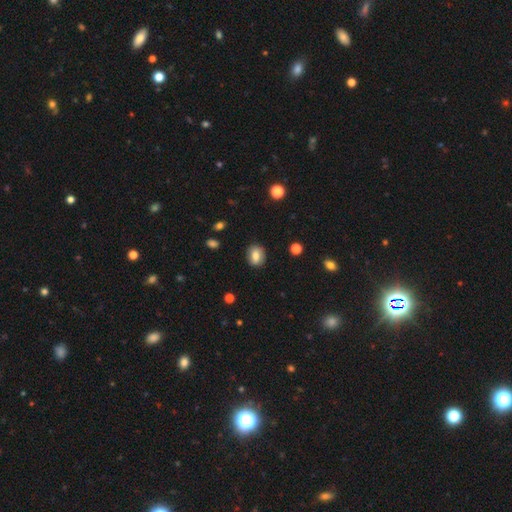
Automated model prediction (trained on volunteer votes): Morphology: type=smooth (74%); roundness=in between (54%); merging=none (85%).